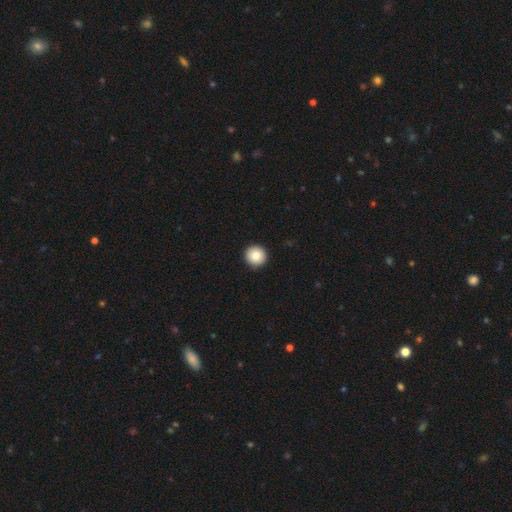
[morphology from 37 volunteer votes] Smooth or featured? smooth (84%)
How rounded? round (100%)
Merging? none (100%)